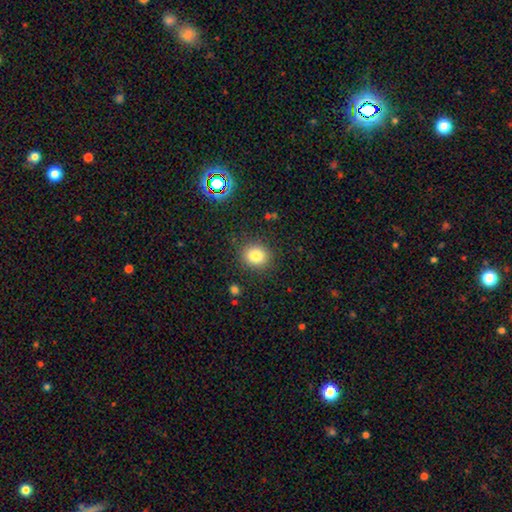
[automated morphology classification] This appears to be a smooth galaxy with no disk features (81%) that is round (82%). Merging: none (87%).